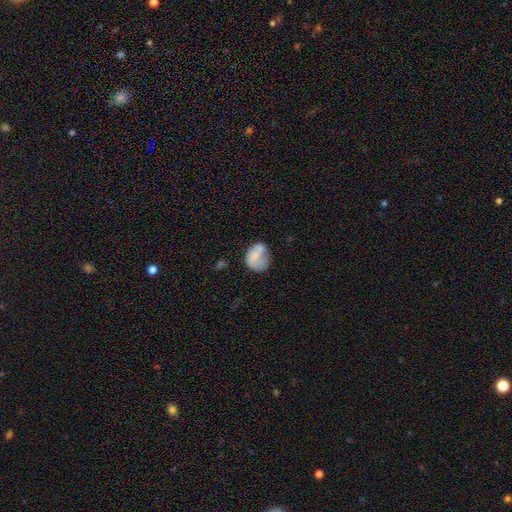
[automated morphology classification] Smooth or featured? Predicted: smooth (p=0.65). How rounded? Predicted: round (p=0.53). Merging? Predicted: none (p=0.40).